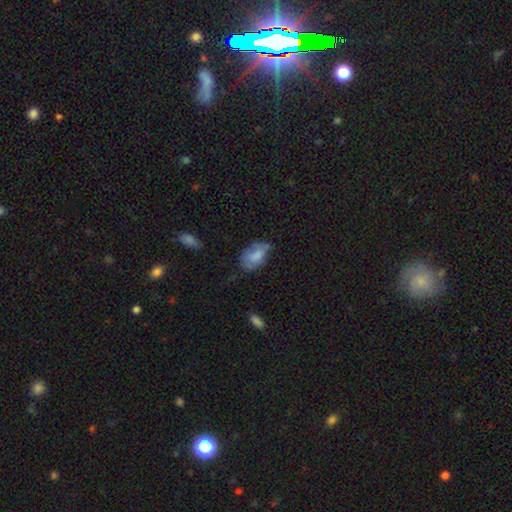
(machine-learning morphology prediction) A smooth galaxy with no disk features (72%) that is in between round and cigar-shaped (90%). Merging: none (41%).